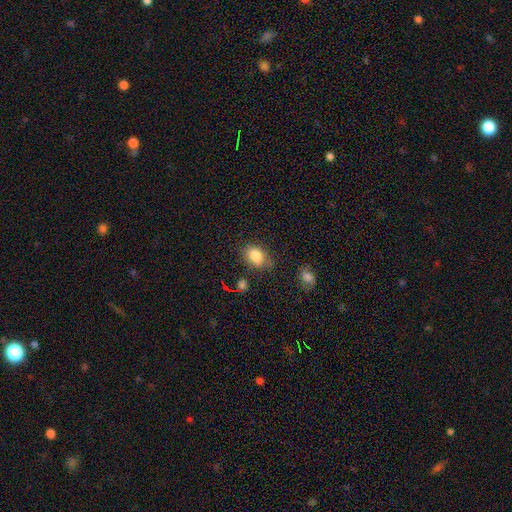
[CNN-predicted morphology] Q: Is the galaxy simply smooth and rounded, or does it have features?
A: smooth — 83%.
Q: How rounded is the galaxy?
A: in between — 75%.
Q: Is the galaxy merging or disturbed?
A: none — 72%.